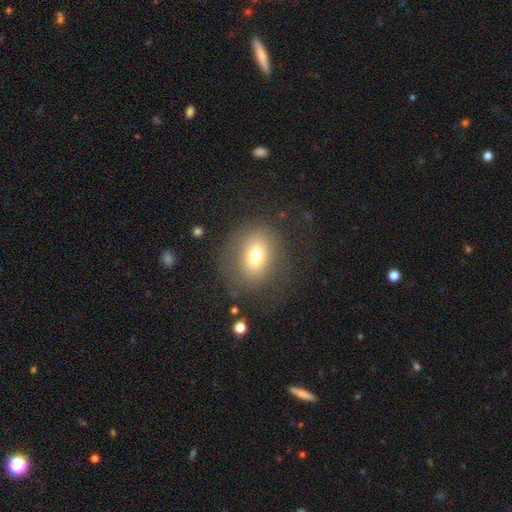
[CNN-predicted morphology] smooth-or-featured: smooth: 70% | featured or disk: 17% | star or artifact: 13%
  how-rounded: round: 58% | in between: 41% | cigar-shaped: 1%
  merging: none: 68% | minor disturbance: 16% | major disturbance: 15% | merger: 2%